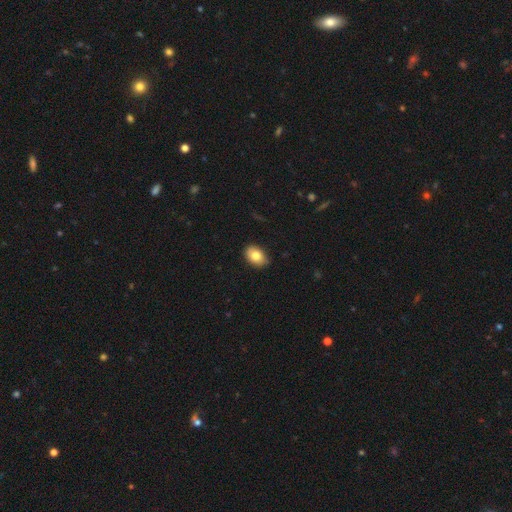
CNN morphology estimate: A smooth galaxy with no disk features (80%) that is in between round and cigar-shaped (82%).

Vote fractions:
- Smooth or featured? smooth: 80% / featured or disk: 12% / star or artifact: 8%
- How rounded? in between: 82% / round: 17% / cigar-shaped: 1%
- Merging? none: 84% / minor disturbance: 13% / major disturbance: 2% / merger: 1%